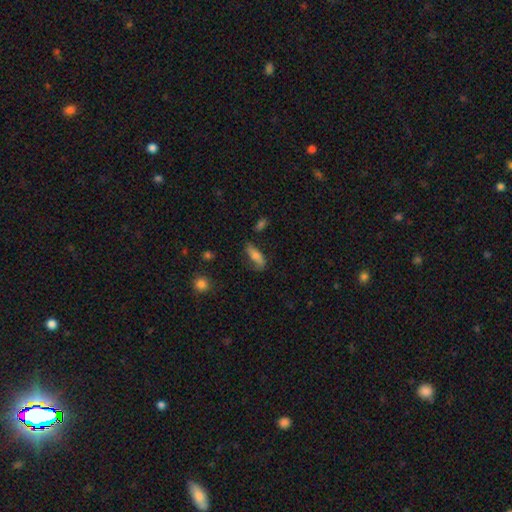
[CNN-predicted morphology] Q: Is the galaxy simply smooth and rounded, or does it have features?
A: smooth — 66%.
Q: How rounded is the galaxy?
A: in between — 66%.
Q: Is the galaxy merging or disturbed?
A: none — 61%.